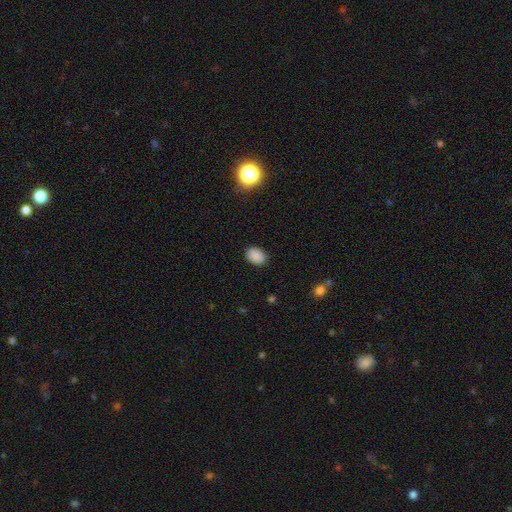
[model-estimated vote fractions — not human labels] This appears to be a smooth galaxy with no disk features (87%) that is in between round and cigar-shaped (75%). Merging: none (87%).